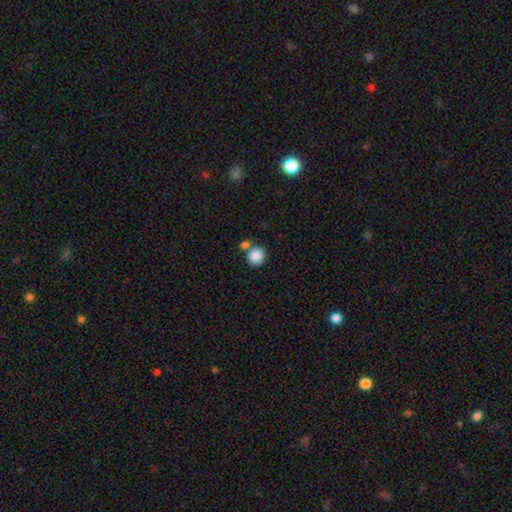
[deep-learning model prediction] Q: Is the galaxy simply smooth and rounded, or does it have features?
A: smooth — 87%.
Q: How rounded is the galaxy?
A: round — 87%.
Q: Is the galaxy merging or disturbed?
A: none — 65%.